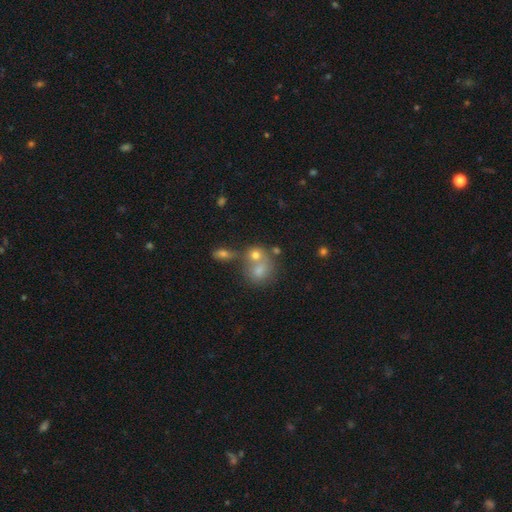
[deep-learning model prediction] A smooth galaxy with no disk features (55%) that is round (80%). Merging: none (46%).